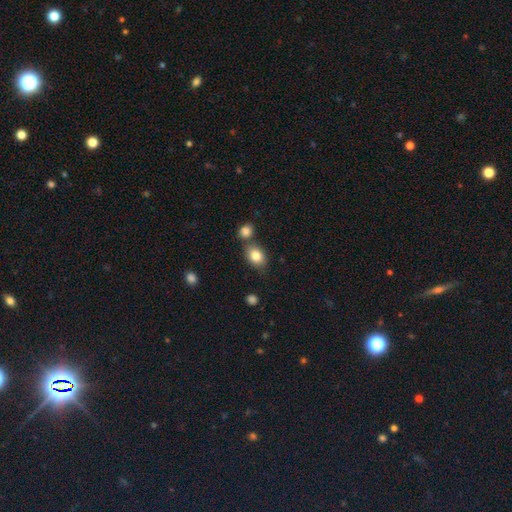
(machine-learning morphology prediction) Smooth or featured? smooth (83%)
How rounded? in between (71%)
Merging? none (64%)